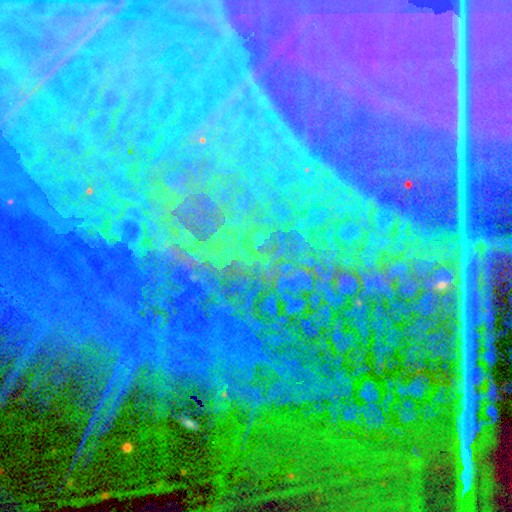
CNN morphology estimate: Q: Smooth or featured?
A: star or artifact (86%); runner-up: featured or disk (8%)